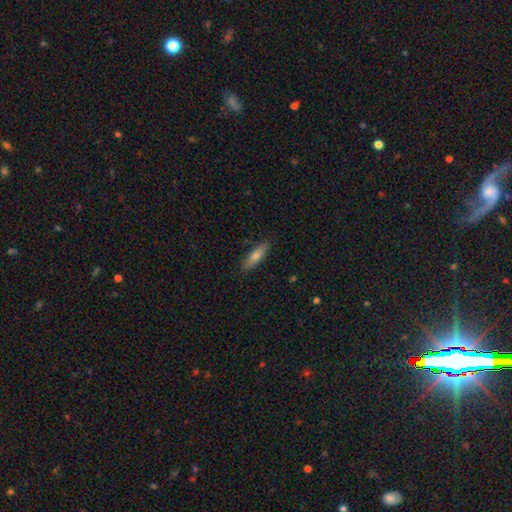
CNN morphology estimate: Q: Smooth or featured?
A: smooth (65%); runner-up: featured or disk (28%)
Q: How rounded?
A: cigar-shaped (74%); runner-up: in between (24%)
Q: Merging?
A: none (88%); runner-up: minor disturbance (9%)